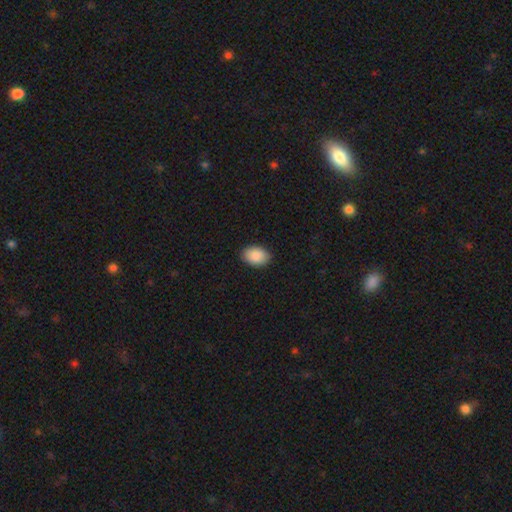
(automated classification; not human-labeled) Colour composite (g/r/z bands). It shows a smooth galaxy with no disk features (90%) that is in between round and cigar-shaped (84%). Merging: none (89%).